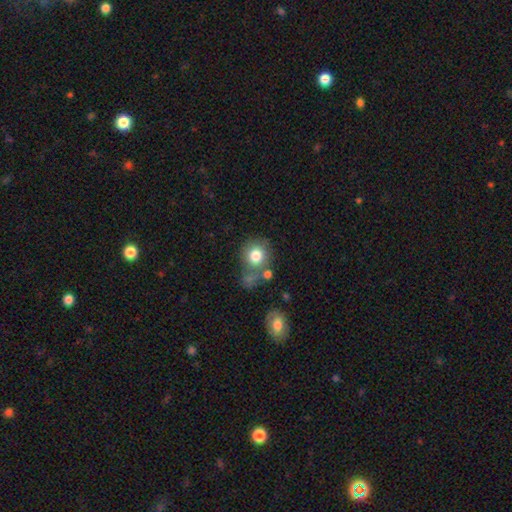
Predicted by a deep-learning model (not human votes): A smooth galaxy with no disk features (79%) that is round (80%). Merging: none (55%).